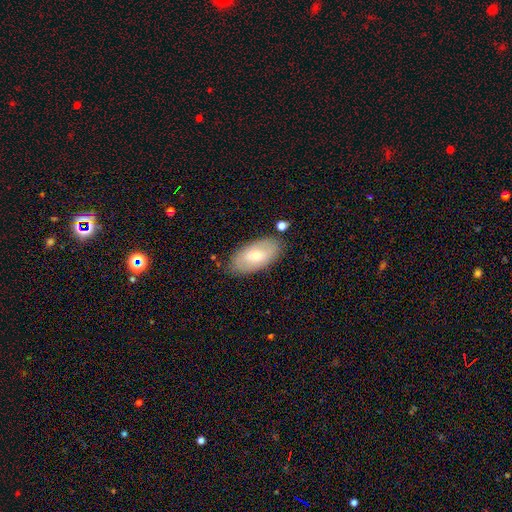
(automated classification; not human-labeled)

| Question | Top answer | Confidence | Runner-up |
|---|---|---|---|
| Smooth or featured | smooth | 61% | featured or disk (33%) |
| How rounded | in between | 94% | round (3%) |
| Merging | none | 79% | minor disturbance (14%) |